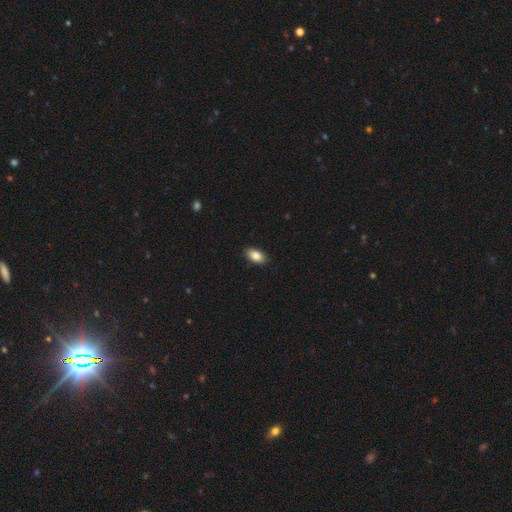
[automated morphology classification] A smooth galaxy with no disk features (86%) that is in between round and cigar-shaped (93%). Merging: none (90%).